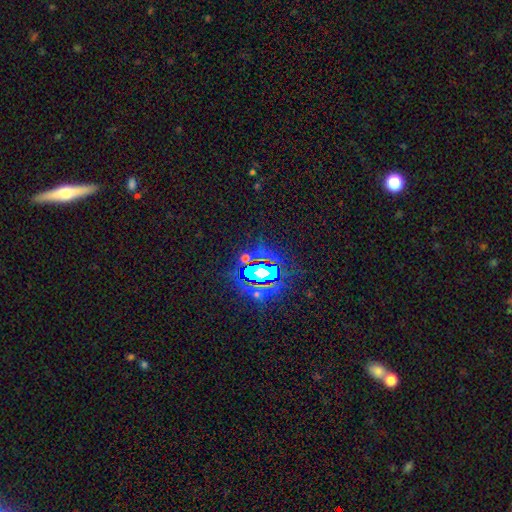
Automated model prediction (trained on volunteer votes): A star or artifact, not a galaxy (78%).